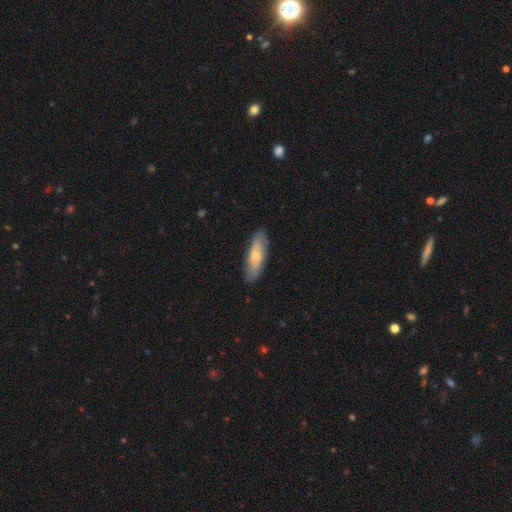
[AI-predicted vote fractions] smooth 58%, featured or disk 36%, star or artifact 6%. Down the decision tree: how rounded — in between (52%); merging — none (81%).